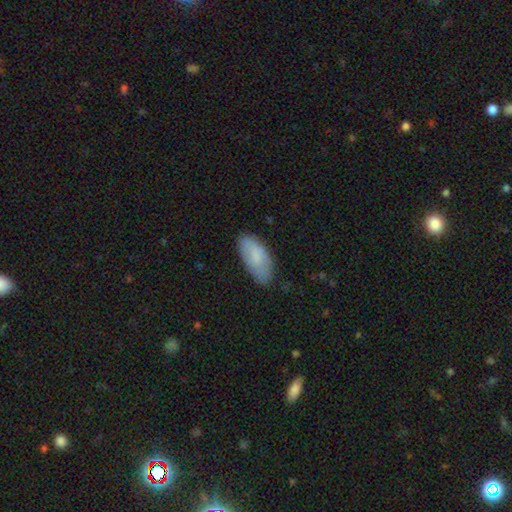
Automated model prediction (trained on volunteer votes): A smooth galaxy with no disk features (82%) that is in between round and cigar-shaped (89%). Merging: none (76%).